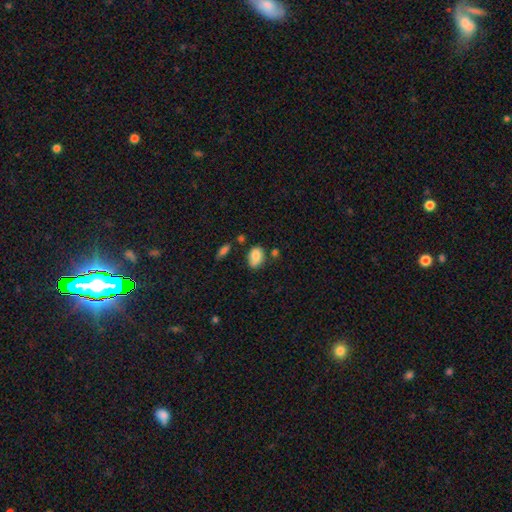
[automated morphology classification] Smooth or featured?
  - smooth: 83% *
  - featured or disk: 9%
  - star or artifact: 8%
How rounded?
  - in between: 79% *
  - round: 20%
  - cigar-shaped: 2%
Merging?
  - none: 64% *
  - minor disturbance: 24%
  - merger: 7%
  - major disturbance: 5%